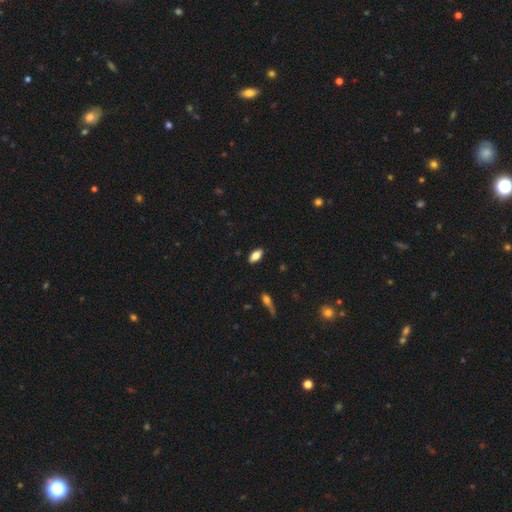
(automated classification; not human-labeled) A smooth galaxy with no disk features (80%) that is in between round and cigar-shaped (88%). Merging: none (88%).